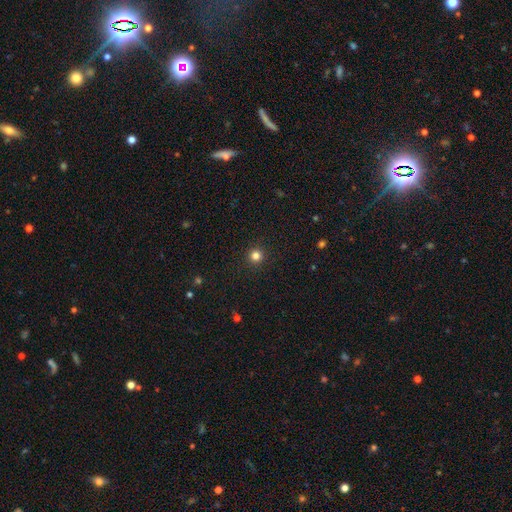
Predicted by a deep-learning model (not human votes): Smooth or featured: smooth — 82% (star or artifact — 14%)
How rounded: round — 96% (in between — 3%)
Merging: none — 93% (minor disturbance — 4%)